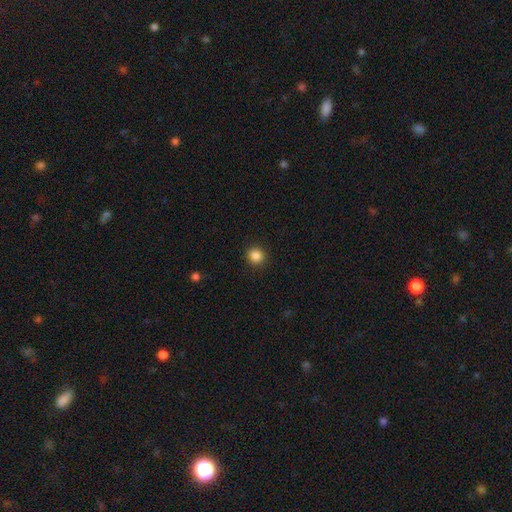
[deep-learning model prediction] The model was most divided on "smooth or featured": smooth: 86%, star or artifact: 11%, featured or disk: 3%. More confident: merging — none (91%); how rounded — round (91%).